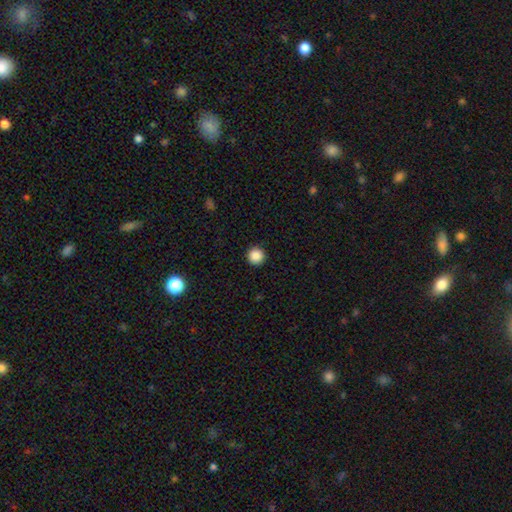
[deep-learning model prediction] Smooth or featured? Predicted: smooth (p=0.88). How rounded? Predicted: round (p=0.96). Merging? Predicted: none (p=0.94).